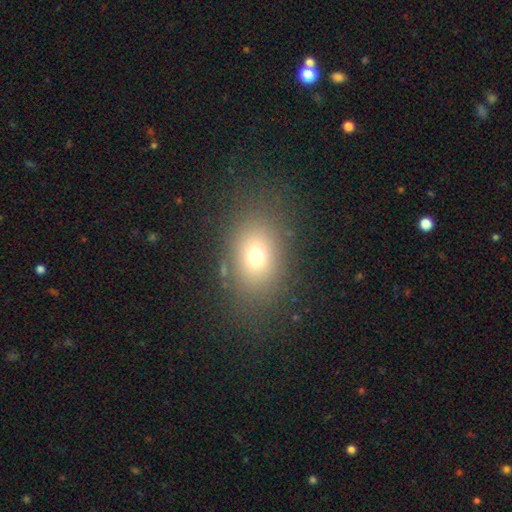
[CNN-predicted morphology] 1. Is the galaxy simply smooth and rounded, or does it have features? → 71% smooth, 16% star or artifact, 13% featured or disk.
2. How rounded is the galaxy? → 69% in between, 29% round, 1% cigar-shaped.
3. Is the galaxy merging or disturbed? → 81% none, 11% minor disturbance, 6% major disturbance, 2% merger.